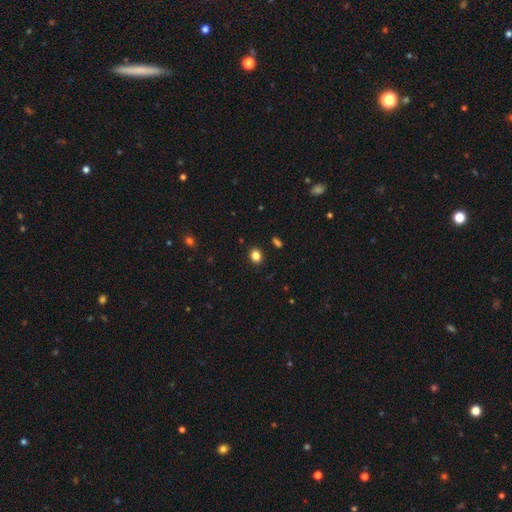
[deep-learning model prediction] smooth_or_featured: smooth (p=0.83) [alt: star or artifact p=0.12]
how_rounded: round (p=0.62) [alt: in between p=0.37]
merging: none (p=0.90) [alt: minor disturbance p=0.07]